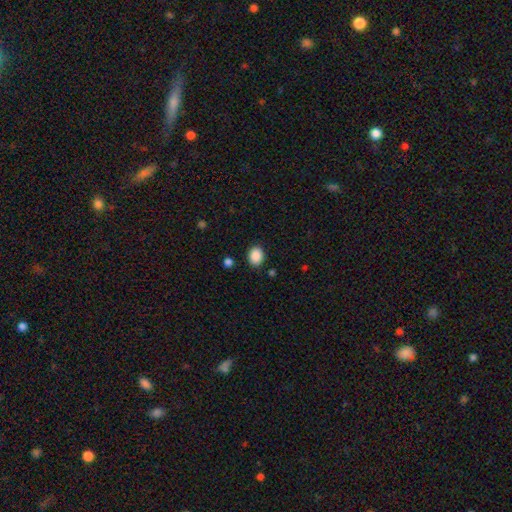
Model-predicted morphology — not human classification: Overall: smooth (89%). How rounded: in between (55%; round 44%). Merging: none (87%).